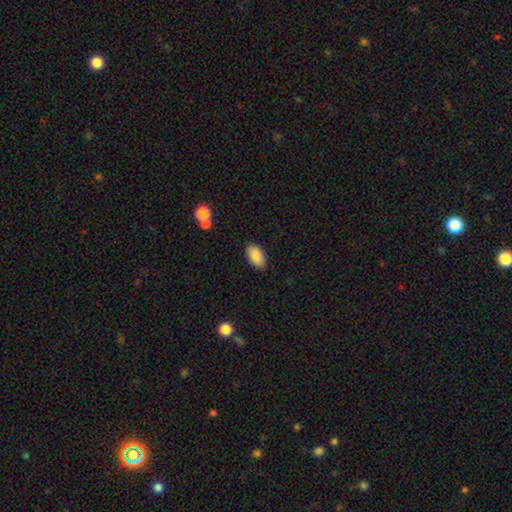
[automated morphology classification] Smooth or featured? smooth (89%)
How rounded? in between (94%)
Merging? none (88%)